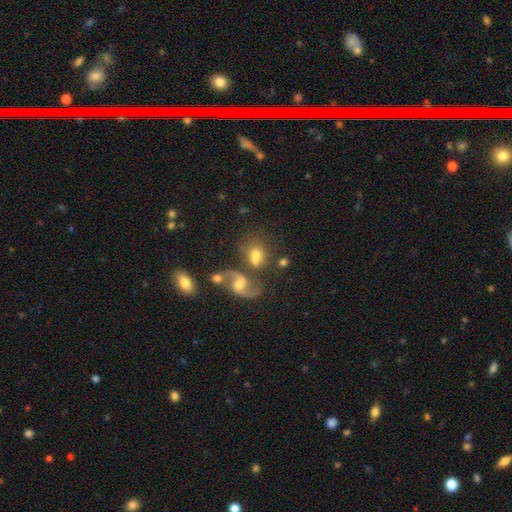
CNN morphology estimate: A smooth galaxy with no disk features (46%).

Vote fractions:
- Smooth or featured? smooth: 46% / featured or disk: 43% / star or artifact: 11%
- Merging? none: 54% / merger: 27% / minor disturbance: 13% / major disturbance: 6%